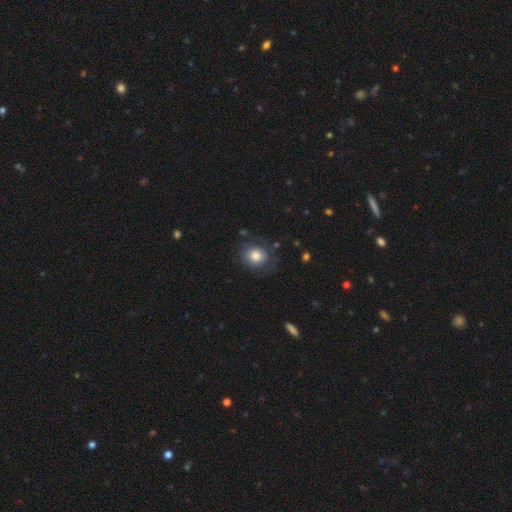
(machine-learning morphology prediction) Smooth or featured?
  - smooth: 75% *
  - featured or disk: 16%
  - star or artifact: 9%
How rounded?
  - round: 78% *
  - in between: 21%
  - cigar-shaped: 1%
Merging?
  - none: 73% *
  - minor disturbance: 16%
  - major disturbance: 9%
  - merger: 2%